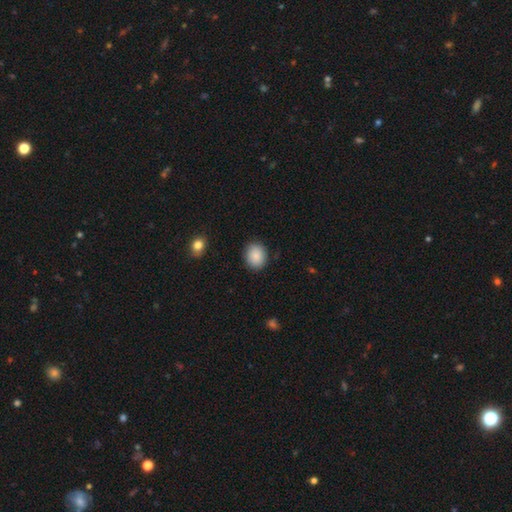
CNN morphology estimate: Smooth or featured? smooth (89%)
How rounded? round (59%)
Merging? none (88%)